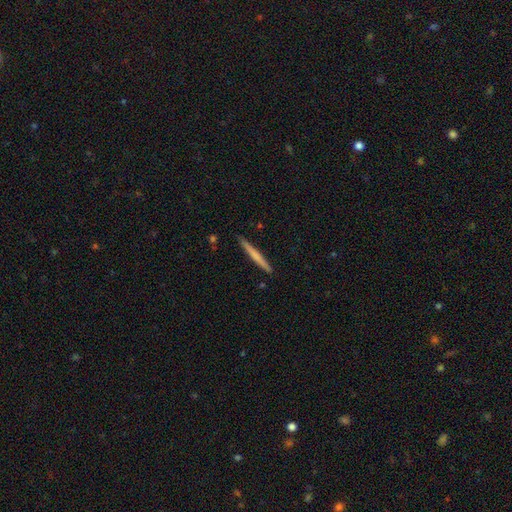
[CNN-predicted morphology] Smooth or featured? smooth (58%)
How rounded? cigar-shaped (97%)
Merging? none (91%)